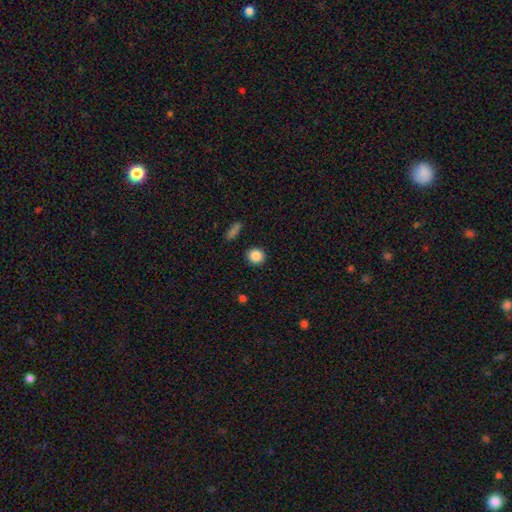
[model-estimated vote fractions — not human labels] Smooth or featured? smooth (87%)
How rounded? round (90%)
Merging? none (91%)